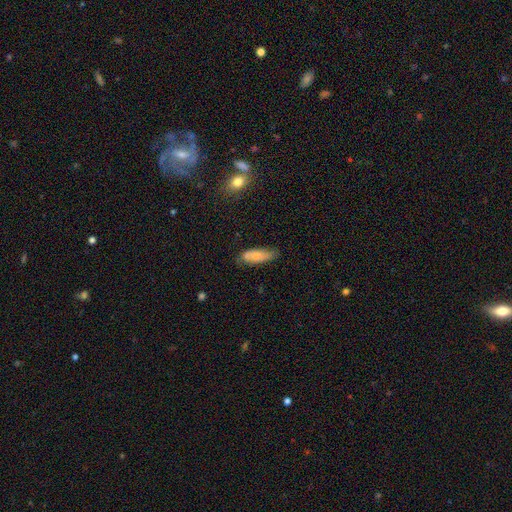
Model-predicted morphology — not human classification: Overall: smooth (70%). How rounded: in between (69%; cigar-shaped 29%). Merging: none (58%; minor disturbance 31%).